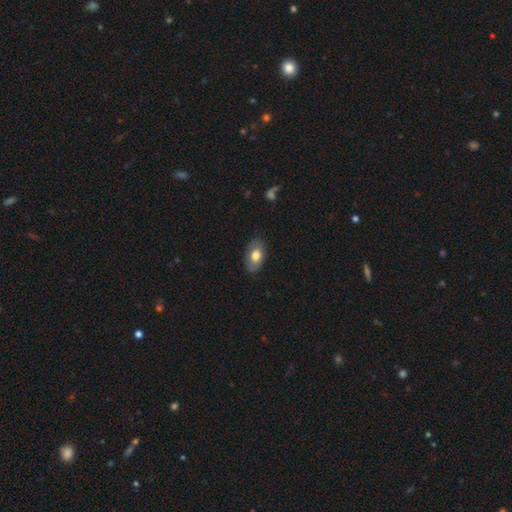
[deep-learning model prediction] Q: Smooth or featured?
A: smooth (69%); runner-up: featured or disk (25%)
Q: How rounded?
A: in between (91%); runner-up: round (8%)
Q: Merging?
A: none (79%); runner-up: minor disturbance (16%)